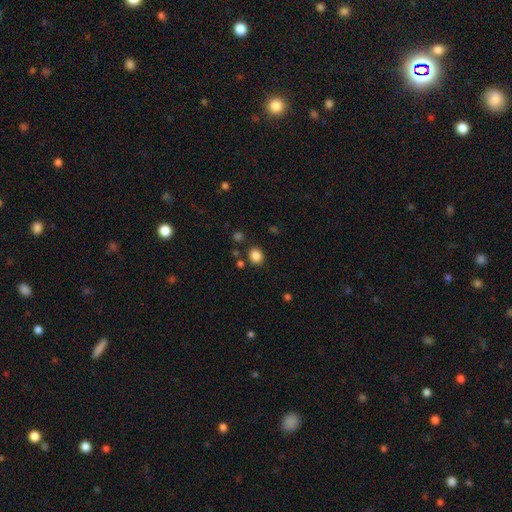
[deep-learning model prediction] Smooth or featured: smooth — 85% (star or artifact — 11%)
How rounded: round — 67% (in between — 32%)
Merging: none — 83% (minor disturbance — 9%)